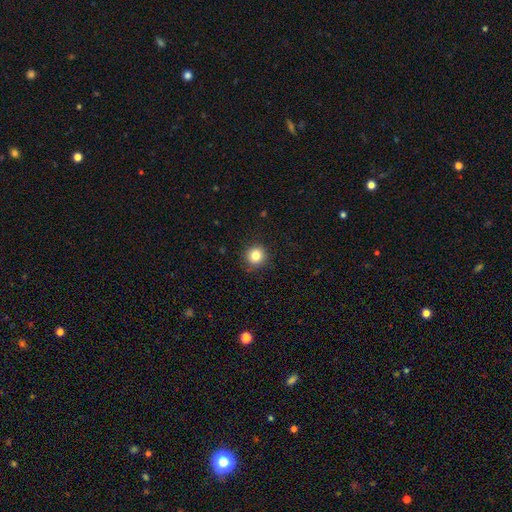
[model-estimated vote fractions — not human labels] smooth 83%, star or artifact 11%, featured or disk 6%. Down the decision tree: how rounded — round (94%); merging — none (89%).